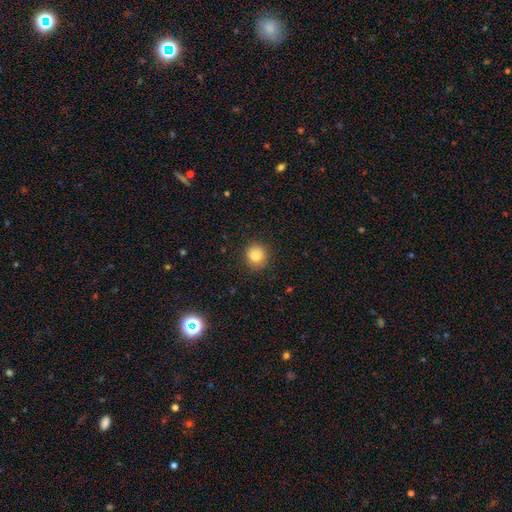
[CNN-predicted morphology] A smooth galaxy with no disk features (83%) that is round (90%). Merging: none (89%).